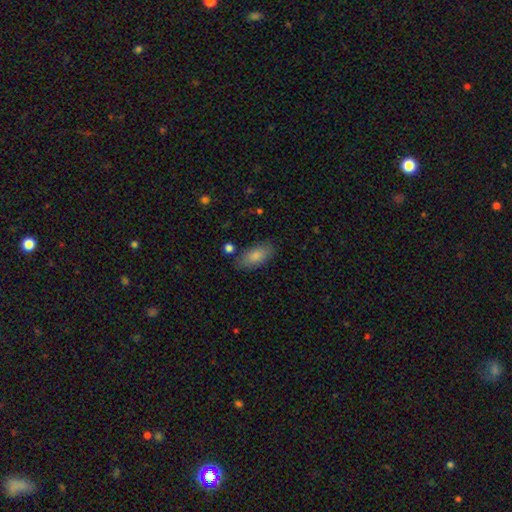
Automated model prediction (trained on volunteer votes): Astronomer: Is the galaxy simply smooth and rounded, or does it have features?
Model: smooth — 85%.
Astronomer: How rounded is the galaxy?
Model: in between — 90%.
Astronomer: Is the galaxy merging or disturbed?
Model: none — 78%.